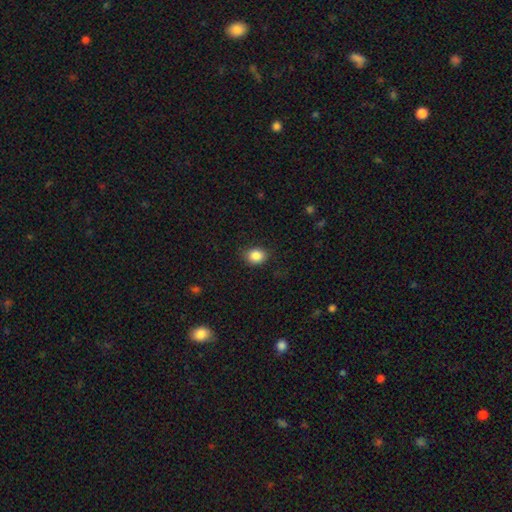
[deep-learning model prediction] This is clearly a smooth galaxy (87%). How rounded: possibly round (50%). Merging: clearly none (82%).